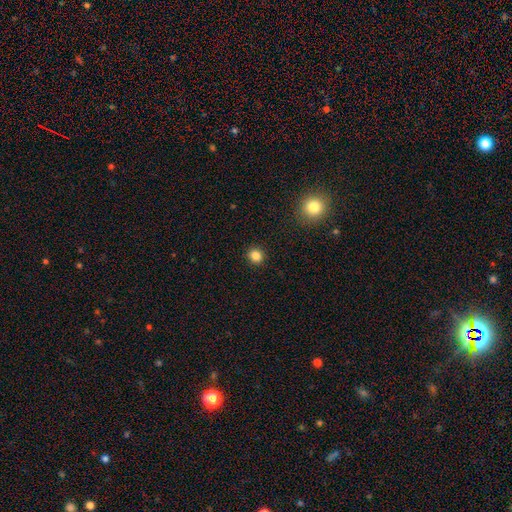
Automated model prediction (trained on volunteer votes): smooth-or-featured: smooth: 84% | star or artifact: 12% | featured or disk: 4%
  how-rounded: round: 83% | in between: 16% | cigar-shaped: 1%
  merging: none: 92% | minor disturbance: 5% | major disturbance: 2% | merger: 1%